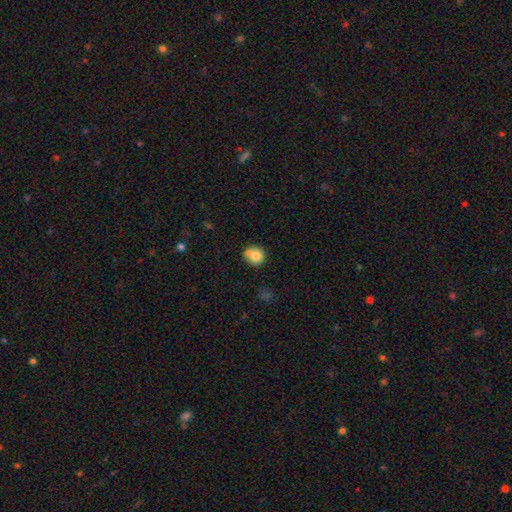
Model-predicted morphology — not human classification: Overall: smooth (77%). How rounded: round (86%). Merging: none (57%; merger 24%).